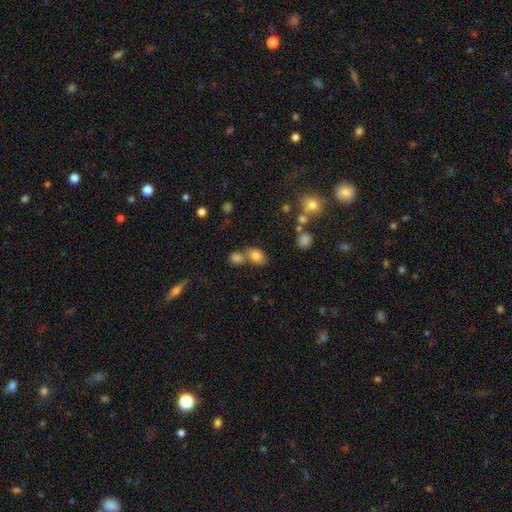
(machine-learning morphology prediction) smooth 78%, star or artifact 13%, featured or disk 10%. Down the decision tree: how rounded — in between (71%); merging — none (50%).